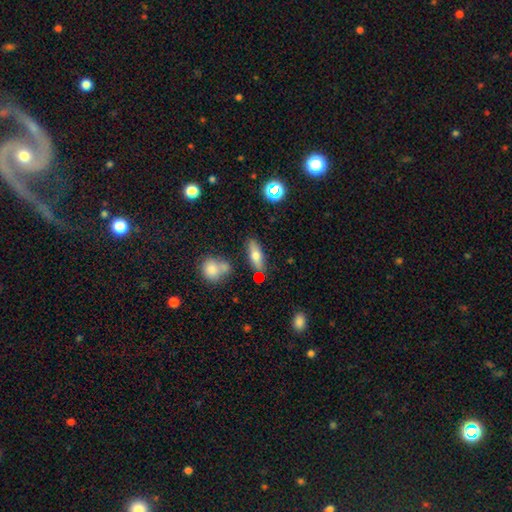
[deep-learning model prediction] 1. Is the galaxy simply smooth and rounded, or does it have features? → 65% smooth, 24% featured or disk, 11% star or artifact.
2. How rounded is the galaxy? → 62% in between, 33% cigar-shaped, 5% round.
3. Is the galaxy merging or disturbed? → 70% none, 14% minor disturbance, 12% merger, 4% major disturbance.